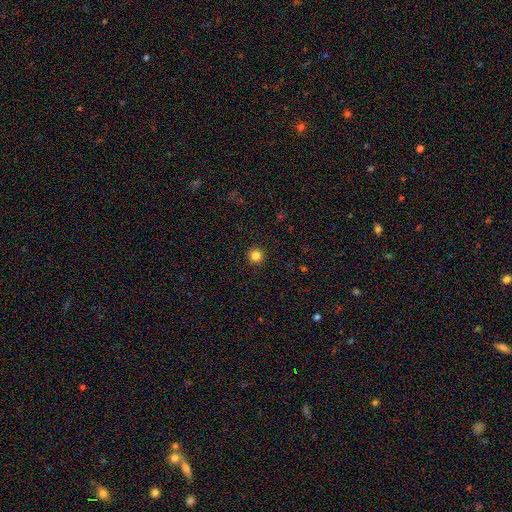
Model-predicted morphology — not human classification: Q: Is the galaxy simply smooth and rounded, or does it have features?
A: smooth — 83%.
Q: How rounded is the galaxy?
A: round — 96%.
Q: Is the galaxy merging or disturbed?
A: none — 93%.